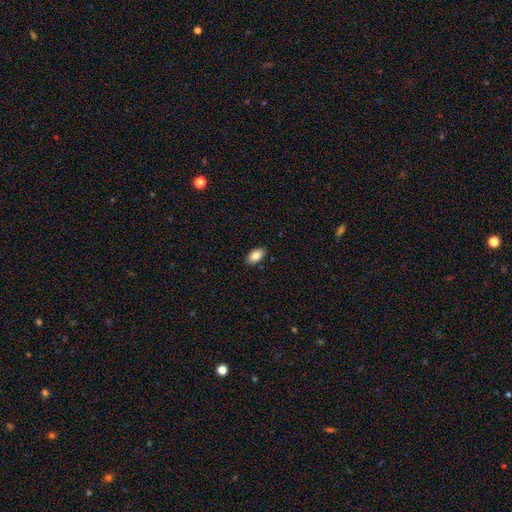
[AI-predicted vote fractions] smooth_or_featured: smooth (p=0.85) [alt: featured or disk p=0.08]
how_rounded: in between (p=0.94) [alt: round p=0.04]
merging: none (p=0.88) [alt: minor disturbance p=0.09]